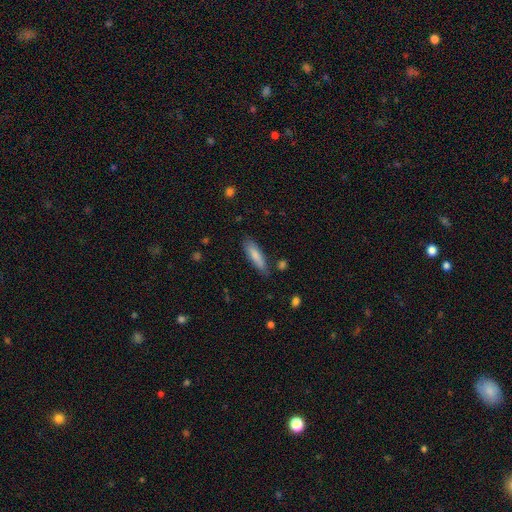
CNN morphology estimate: smooth-or-featured: smooth: 81% | featured or disk: 13% | star or artifact: 6%
  how-rounded: cigar-shaped: 62% | in between: 36% | round: 1%
  merging: none: 77% | minor disturbance: 17% | major disturbance: 3% | merger: 3%